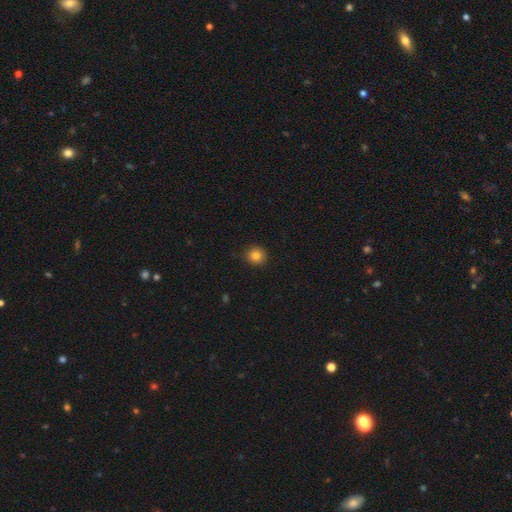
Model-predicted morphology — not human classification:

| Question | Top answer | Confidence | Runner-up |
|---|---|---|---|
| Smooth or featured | smooth | 83% | star or artifact (11%) |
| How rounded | round | 92% | in between (8%) |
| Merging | none | 91% | minor disturbance (6%) |